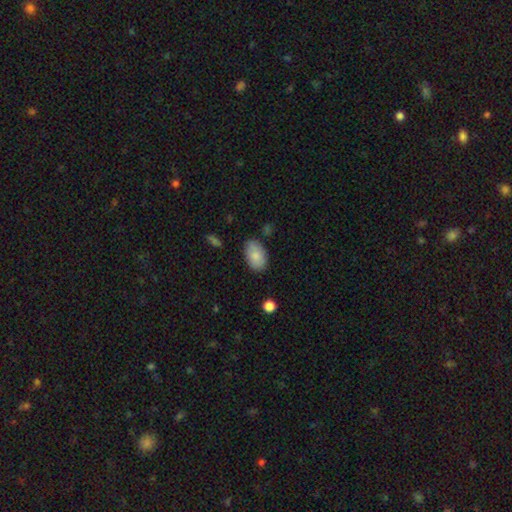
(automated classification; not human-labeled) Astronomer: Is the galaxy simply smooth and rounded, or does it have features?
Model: smooth — 83%.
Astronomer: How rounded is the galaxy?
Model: in between — 91%.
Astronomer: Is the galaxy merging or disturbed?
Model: none — 79%.